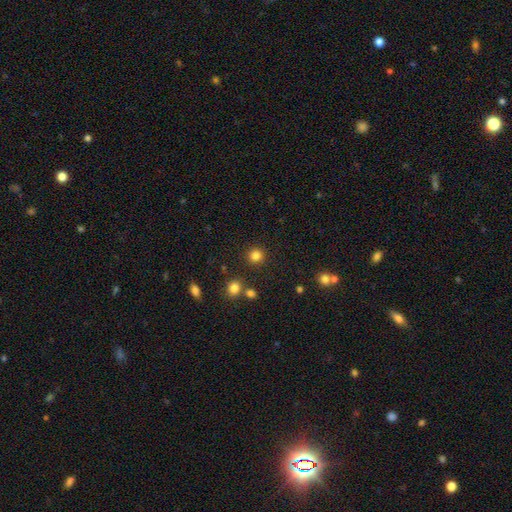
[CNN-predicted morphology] type=smooth (83%); roundness=round (92%); merging=none (88%).